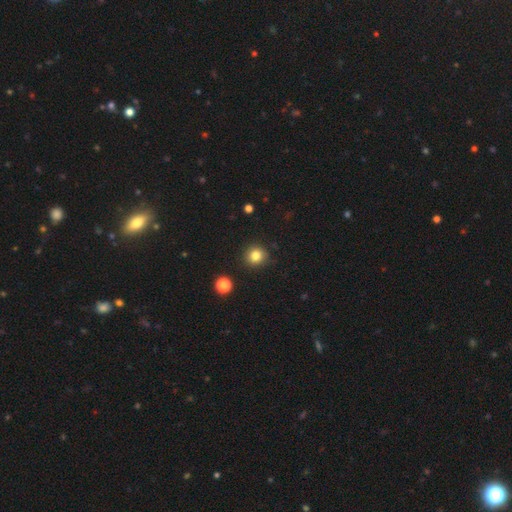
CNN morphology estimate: Smooth or featured? Predicted: smooth (p=0.82). How rounded? Predicted: round (p=0.91). Merging? Predicted: none (p=0.89).